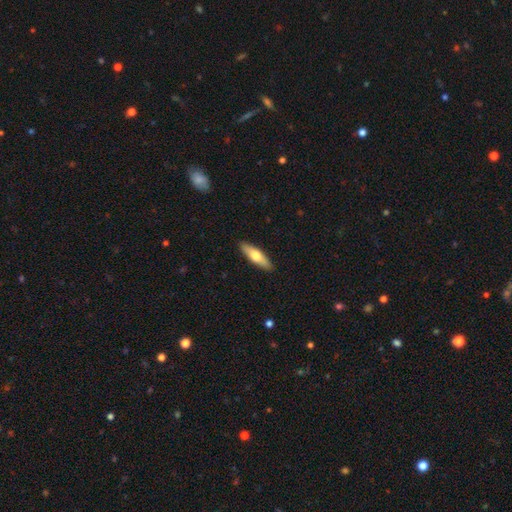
Q: Smooth or featured?
A: smooth (61%); runner-up: featured or disk (39%)
Q: How rounded?
A: cigar-shaped (65%); runner-up: in between (35%)
Q: Merging?
A: none (95%); runner-up: minor disturbance (5%)